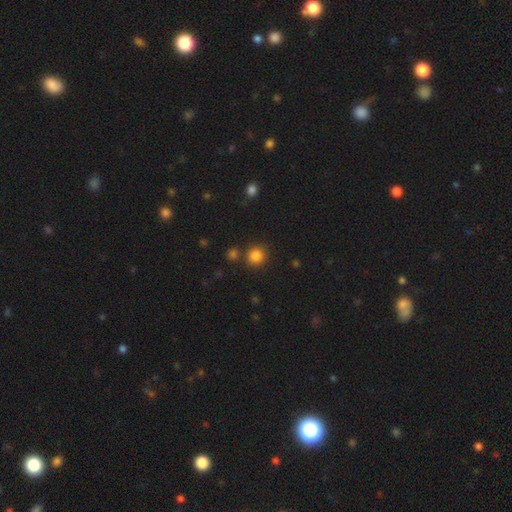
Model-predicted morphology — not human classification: Smooth or featured?
  - smooth: 84% *
  - star or artifact: 12%
  - featured or disk: 4%
How rounded?
  - round: 92% *
  - in between: 7%
  - cigar-shaped: 1%
Merging?
  - none: 82% *
  - minor disturbance: 7%
  - merger: 7%
  - major disturbance: 3%